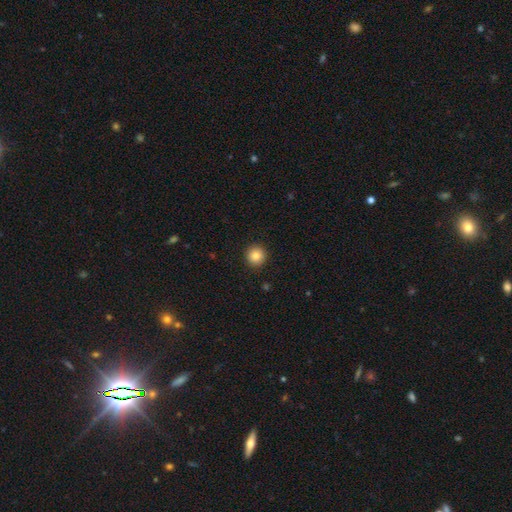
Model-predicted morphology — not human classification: Smooth or featured: smooth — 84% (star or artifact — 10%)
How rounded: round — 95% (in between — 4%)
Merging: none — 92% (minor disturbance — 5%)